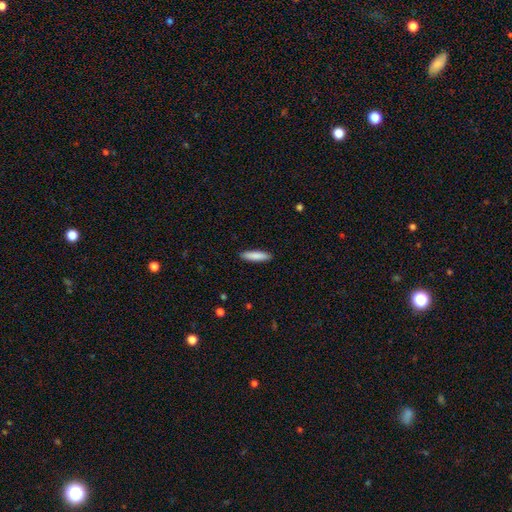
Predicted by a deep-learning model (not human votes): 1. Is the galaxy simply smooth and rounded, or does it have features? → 86% smooth, 8% featured or disk, 6% star or artifact.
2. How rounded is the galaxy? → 77% cigar-shaped, 22% in between, 1% round.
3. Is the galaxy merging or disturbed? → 91% none, 7% minor disturbance, 2% major disturbance, 1% merger.